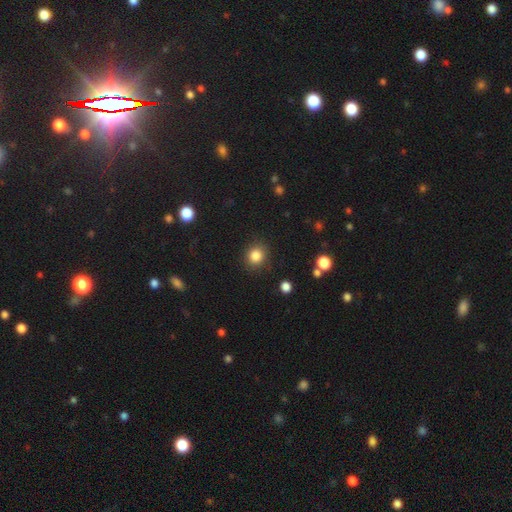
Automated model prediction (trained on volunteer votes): smooth_or_featured: smooth (p=0.85) [alt: star or artifact p=0.11]
how_rounded: round (p=0.83) [alt: in between p=0.16]
merging: none (p=0.88) [alt: minor disturbance p=0.08]